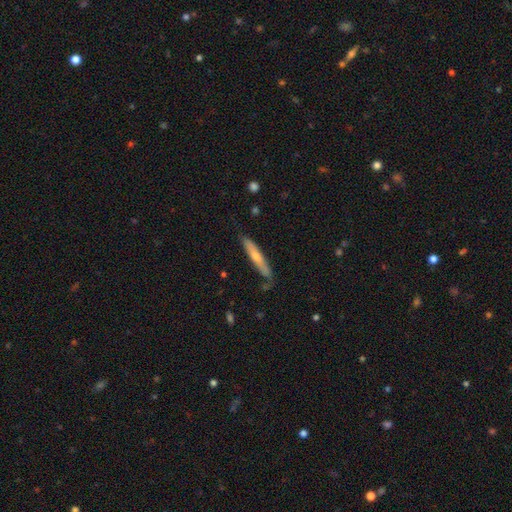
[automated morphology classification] Q: Smooth or featured?
A: smooth (48%); runner-up: featured or disk (46%)
Q: Merging?
A: none (79%); runner-up: minor disturbance (16%)